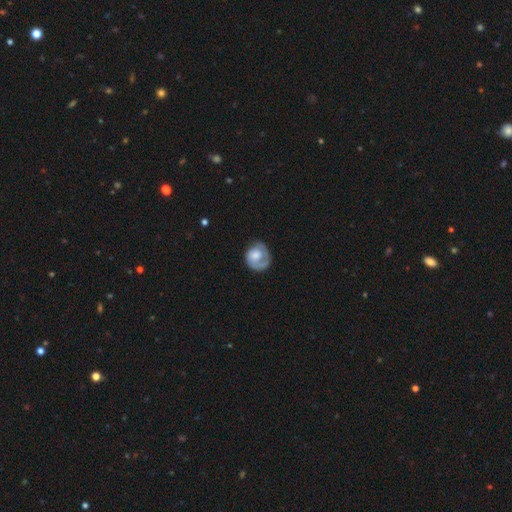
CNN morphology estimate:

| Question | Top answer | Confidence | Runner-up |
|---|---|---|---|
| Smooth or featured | featured or disk | 49% | smooth (45%) |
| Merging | none | 56% | minor disturbance (24%) |